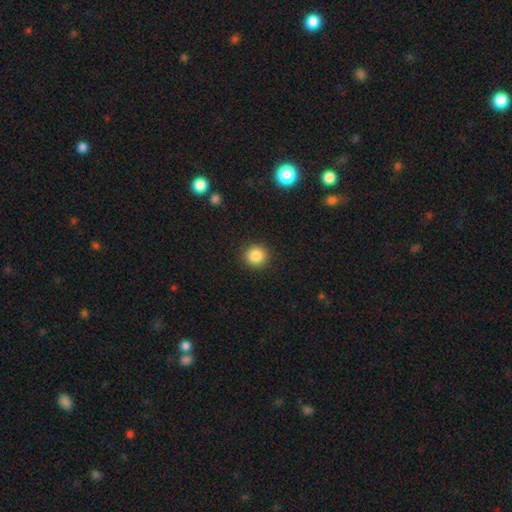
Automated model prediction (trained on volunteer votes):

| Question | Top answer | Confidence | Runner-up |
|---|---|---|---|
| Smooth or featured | smooth | 86% | star or artifact (10%) |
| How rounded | round | 93% | in between (6%) |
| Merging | none | 91% | minor disturbance (5%) |